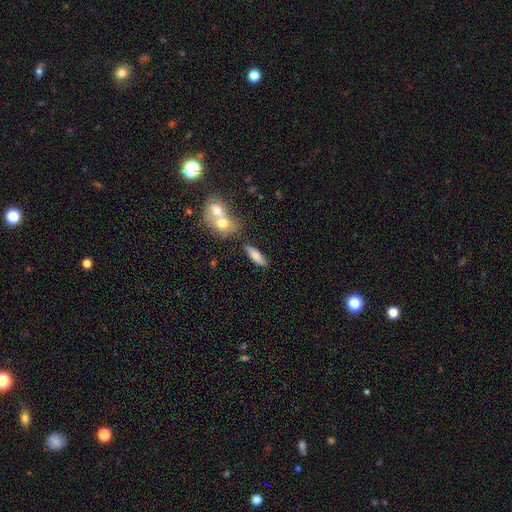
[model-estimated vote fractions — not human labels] Morphology: type=smooth (76%); roundness=in between (54%); merging=none (72%).